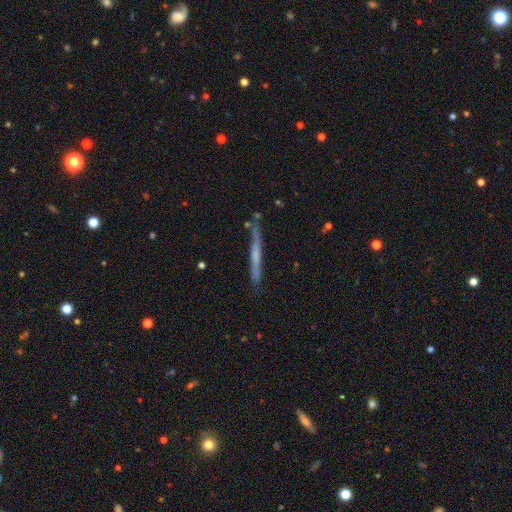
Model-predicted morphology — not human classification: A featured or disk galaxy (55%) viewed edge-on (95%) with no central bulge (64%). Merging: none (82%).